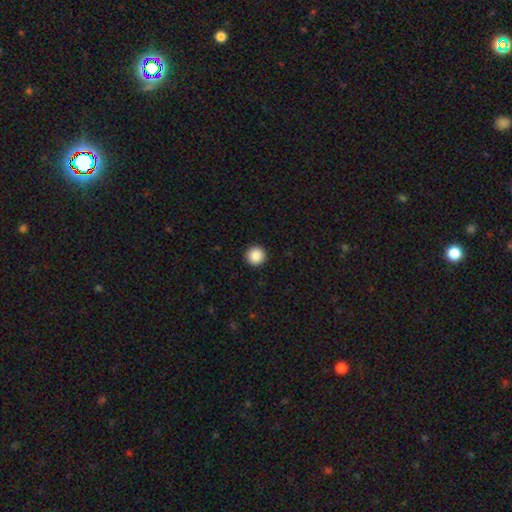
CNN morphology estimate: Smooth or featured? smooth (88%)
How rounded? round (96%)
Merging? none (94%)